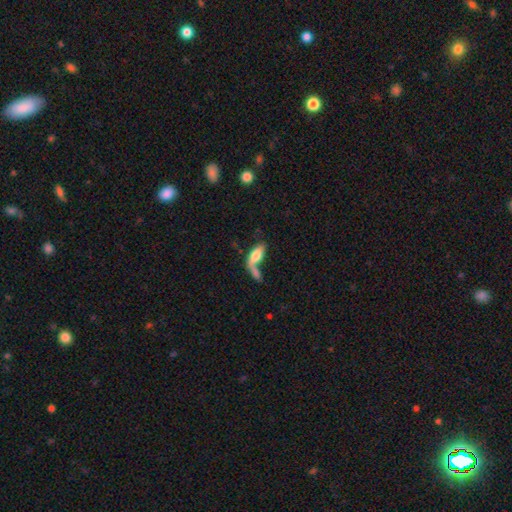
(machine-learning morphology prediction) Smooth or featured? Predicted: smooth (p=0.67). How rounded? Predicted: in between (p=0.75). Merging? Predicted: merger (p=0.51).